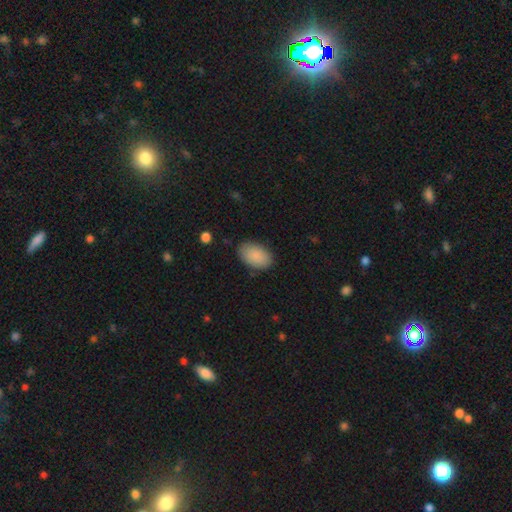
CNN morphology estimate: Smooth or featured? smooth (88%)
How rounded? in between (92%)
Merging? none (83%)